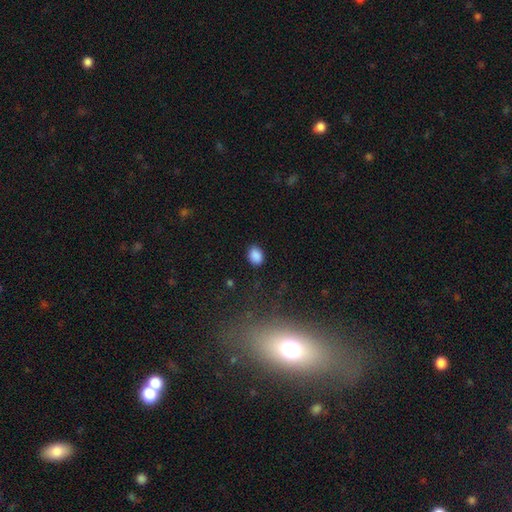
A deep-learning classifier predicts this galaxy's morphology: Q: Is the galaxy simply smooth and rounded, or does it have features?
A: smooth — 87%.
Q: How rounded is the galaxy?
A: in between — 65%.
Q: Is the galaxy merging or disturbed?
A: none — 84%.